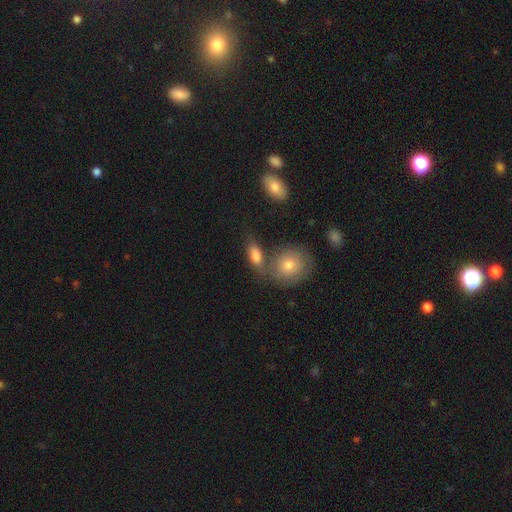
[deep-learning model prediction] This is likely a smooth galaxy (78%). How rounded: clearly in between (82%). Merging: marginally none (44%).